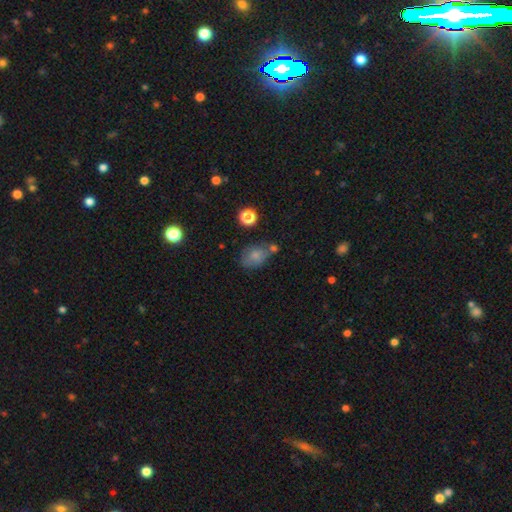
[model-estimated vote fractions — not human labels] Overall: smooth (73%). How rounded: in between (70%). Merging: none (47%; minor disturbance 23%).